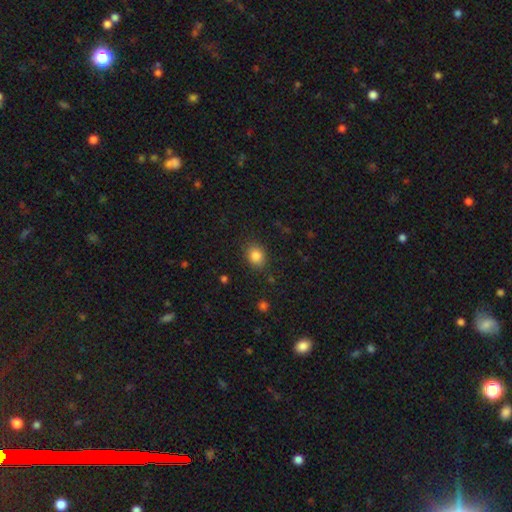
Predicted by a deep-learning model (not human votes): The model was most divided on "how rounded": round: 51%, in between: 48%, cigar-shaped: 1%. More confident: smooth or featured — smooth (85%); merging — none (83%).